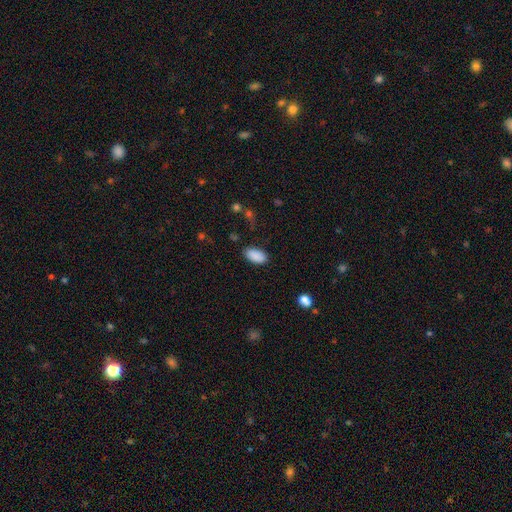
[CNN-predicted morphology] Smooth or featured: smooth — 90% (star or artifact — 7%)
How rounded: in between — 95% (round — 3%)
Merging: none — 85% (minor disturbance — 11%)